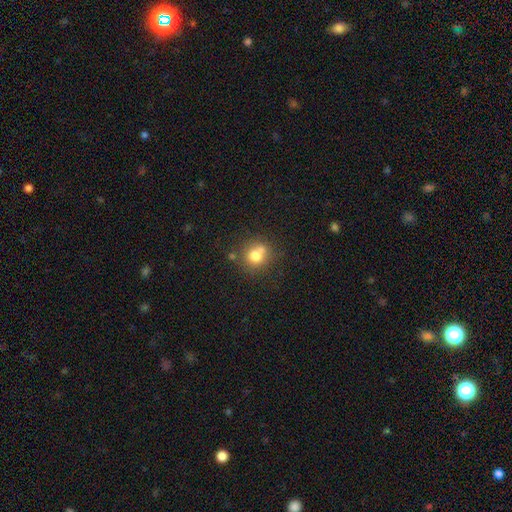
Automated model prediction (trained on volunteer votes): A smooth galaxy with no disk features (74%) that is round (82%). Merging: none (55%).